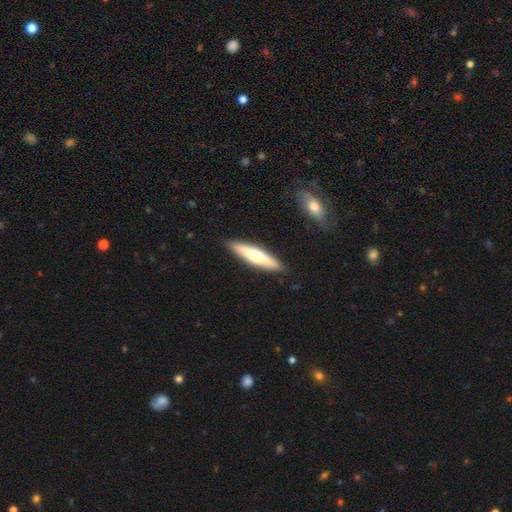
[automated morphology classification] Overall: smooth (48%; featured or disk 47%). Merging: none (89%).